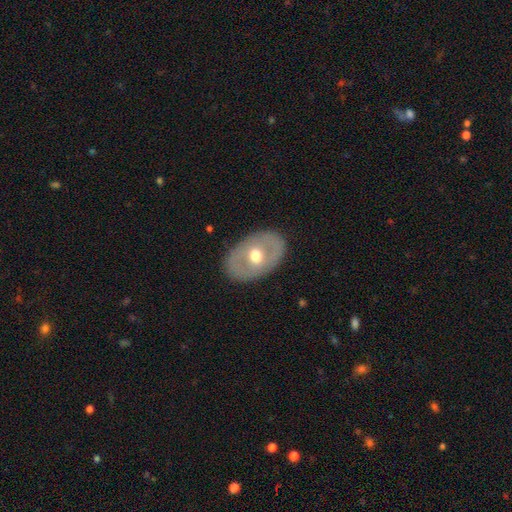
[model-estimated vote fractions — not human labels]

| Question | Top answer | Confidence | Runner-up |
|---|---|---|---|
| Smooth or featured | featured or disk | 48% | smooth (46%) |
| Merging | none | 85% | minor disturbance (11%) |